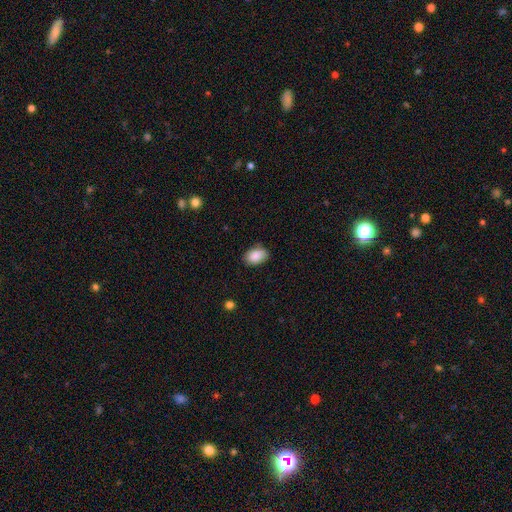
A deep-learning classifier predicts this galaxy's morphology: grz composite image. It shows a smooth galaxy with no disk features (88%) that is in between round and cigar-shaped (87%). Merging: none (82%).